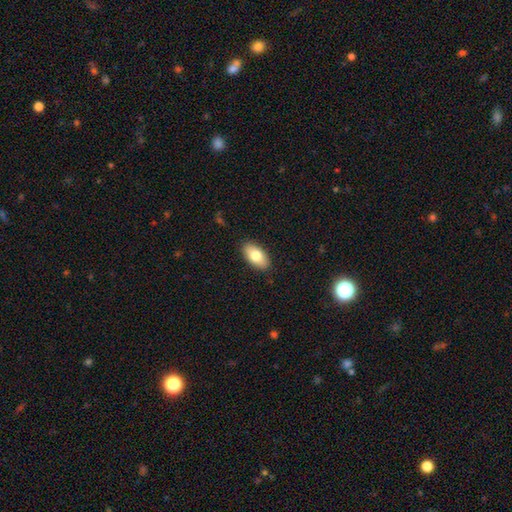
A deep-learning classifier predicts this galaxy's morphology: Smooth or featured?
  - smooth: 78% *
  - featured or disk: 16%
  - star or artifact: 7%
How rounded?
  - in between: 93% *
  - cigar-shaped: 4%
  - round: 3%
Merging?
  - none: 88% *
  - minor disturbance: 9%
  - major disturbance: 2%
  - merger: 1%